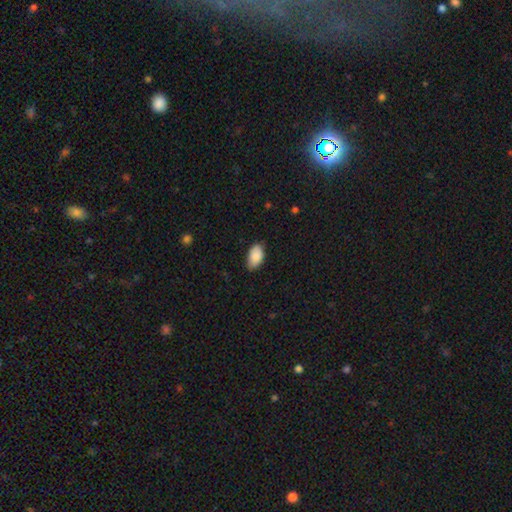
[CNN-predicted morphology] Smooth or featured?
  - smooth: 89% *
  - star or artifact: 6%
  - featured or disk: 4%
How rounded?
  - in between: 94% *
  - round: 5%
  - cigar-shaped: 1%
Merging?
  - none: 75% *
  - minor disturbance: 21%
  - major disturbance: 3%
  - merger: 1%